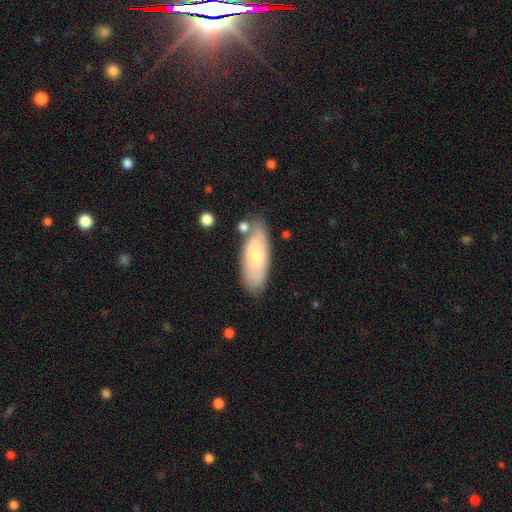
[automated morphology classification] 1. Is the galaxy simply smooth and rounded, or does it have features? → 63% smooth, 31% featured or disk, 6% star or artifact.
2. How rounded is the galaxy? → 77% in between, 21% cigar-shaped, 2% round.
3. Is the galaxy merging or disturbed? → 72% none, 17% minor disturbance, 6% merger, 4% major disturbance.